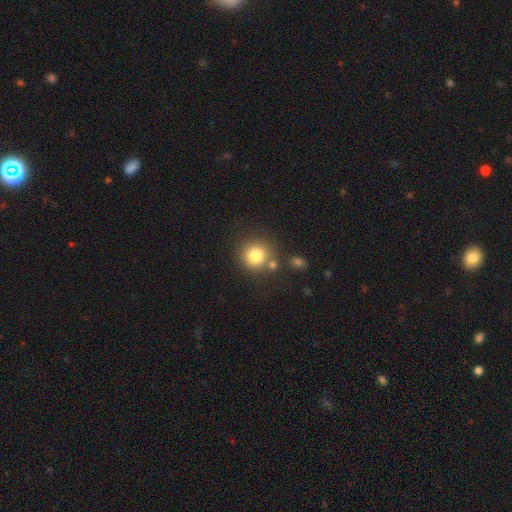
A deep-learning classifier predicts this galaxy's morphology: smooth 81%, star or artifact 11%, featured or disk 8%. Down the decision tree: how rounded — round (91%); merging — none (71%).